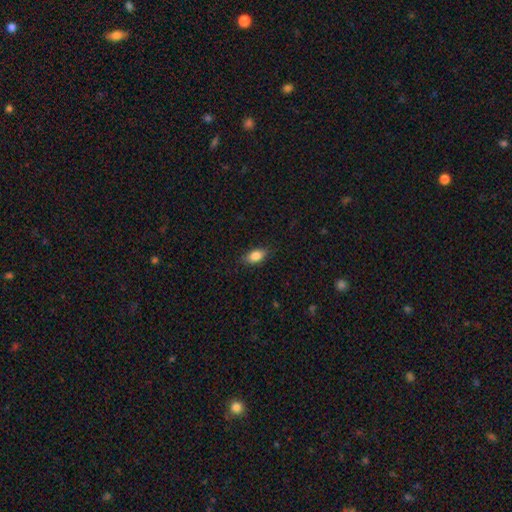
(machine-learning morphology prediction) Smooth or featured: smooth — 85% (star or artifact — 8%)
How rounded: in between — 88% (round — 7%)
Merging: none — 82% (minor disturbance — 14%)